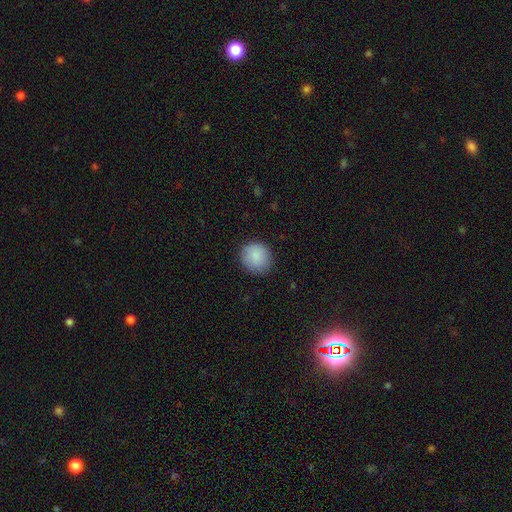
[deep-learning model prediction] This is clearly a smooth galaxy (89%). How rounded: clearly round (86%). Merging: clearly none (86%).